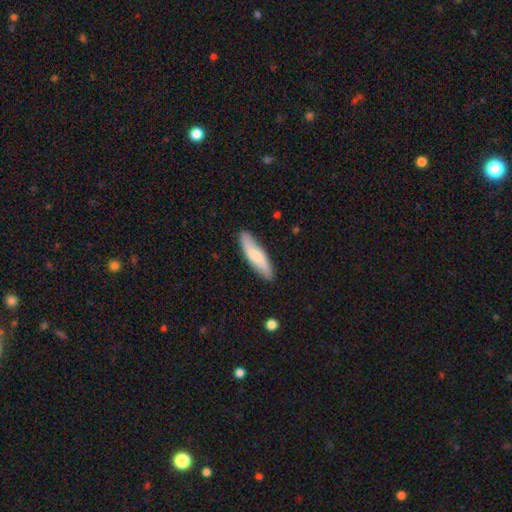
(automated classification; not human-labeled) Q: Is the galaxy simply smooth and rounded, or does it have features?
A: smooth — 70%.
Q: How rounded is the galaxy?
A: cigar-shaped — 65%.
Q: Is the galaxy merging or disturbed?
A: none — 86%.